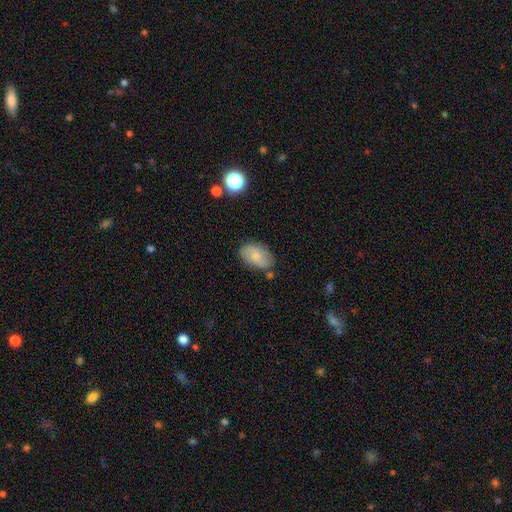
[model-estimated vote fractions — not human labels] A smooth galaxy with no disk features (72%) that is in between round and cigar-shaped (90%).

Vote fractions:
- Smooth or featured? smooth: 72% / featured or disk: 20% / star or artifact: 8%
- How rounded? in between: 90% / round: 9% / cigar-shaped: 1%
- Merging? none: 74% / minor disturbance: 18% / merger: 4% / major disturbance: 4%